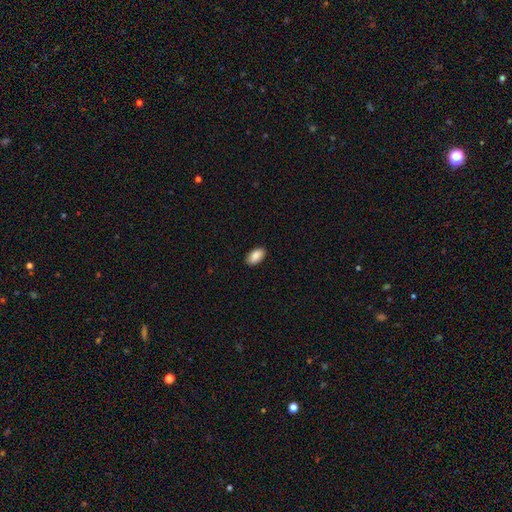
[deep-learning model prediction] This appears to be a smooth galaxy with no disk features (89%) that is in between round and cigar-shaped (94%). Merging: none (89%).